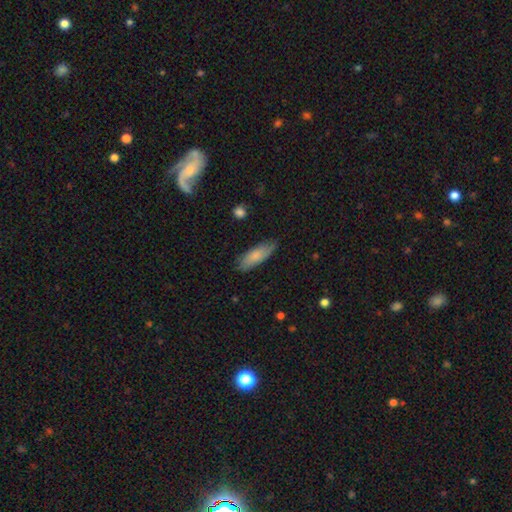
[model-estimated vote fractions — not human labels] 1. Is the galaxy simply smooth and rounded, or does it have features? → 78% smooth, 16% featured or disk, 6% star or artifact.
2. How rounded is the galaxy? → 60% in between, 38% cigar-shaped, 2% round.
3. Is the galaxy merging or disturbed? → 74% none, 21% minor disturbance, 3% major disturbance, 1% merger.